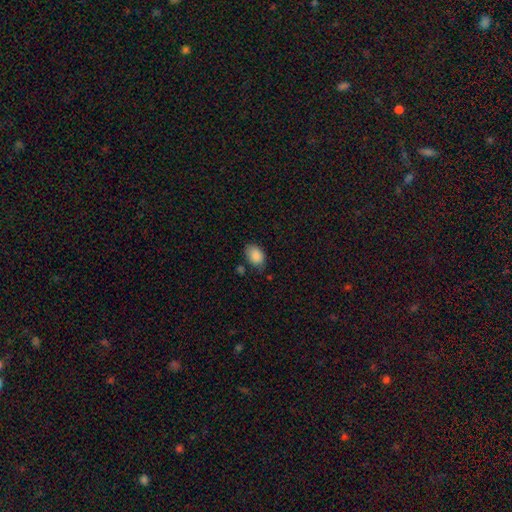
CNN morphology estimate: Q: Smooth or featured?
A: smooth (88%); runner-up: star or artifact (8%)
Q: How rounded?
A: in between (80%); runner-up: round (18%)
Q: Merging?
A: none (66%); runner-up: minor disturbance (24%)